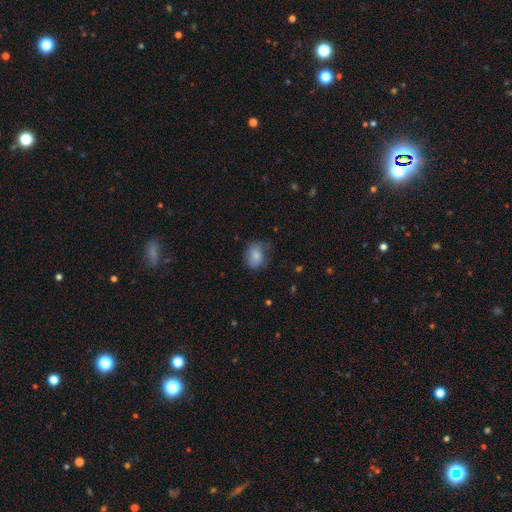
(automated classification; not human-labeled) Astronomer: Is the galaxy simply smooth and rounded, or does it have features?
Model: smooth — 80%.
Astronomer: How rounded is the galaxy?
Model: in between — 59% (runner-up: round, 40%).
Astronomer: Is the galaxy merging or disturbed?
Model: none — 52% (runner-up: minor disturbance, 31%).